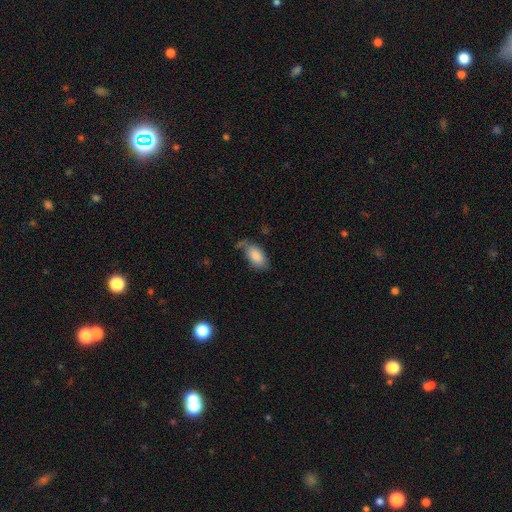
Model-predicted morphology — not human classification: smooth_or_featured: smooth (p=0.85) [alt: featured or disk p=0.09]
how_rounded: in between (p=0.94) [alt: round p=0.03]
merging: none (p=0.50) [alt: minor disturbance p=0.30]